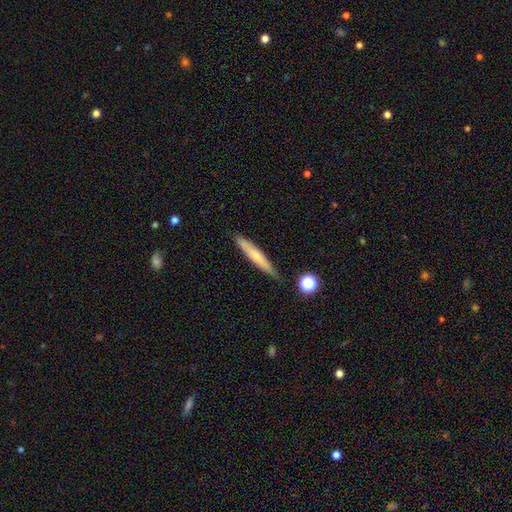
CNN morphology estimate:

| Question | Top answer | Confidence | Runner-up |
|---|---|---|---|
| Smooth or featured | smooth | 57% | featured or disk (37%) |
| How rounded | cigar-shaped | 92% | in between (6%) |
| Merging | none | 82% | minor disturbance (13%) |